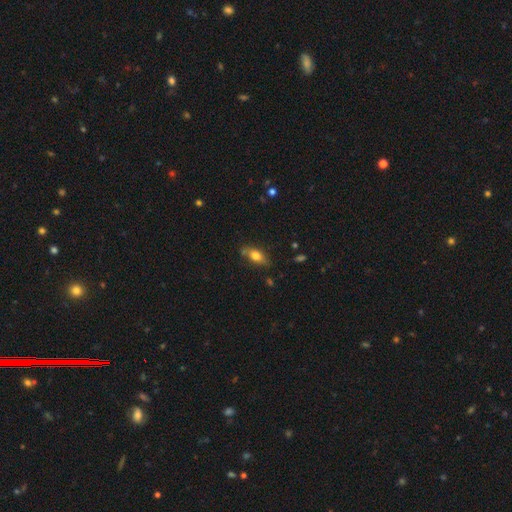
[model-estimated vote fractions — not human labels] smooth_or_featured: smooth (p=0.73) [alt: featured or disk p=0.19]
how_rounded: in between (p=0.80) [alt: cigar-shaped p=0.14]
merging: none (p=0.71) [alt: minor disturbance p=0.19]